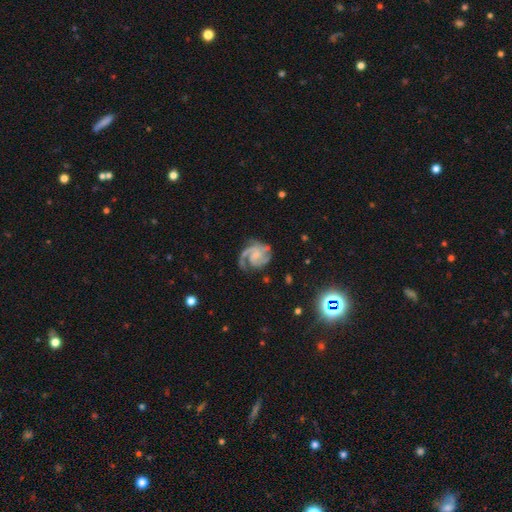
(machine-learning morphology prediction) The model was most divided on "spiral winding": medium: 46%, tight: 44%, loose: 10%. Remaining: edge-on disk — no (98%); spiral arms — yes (98%); smooth or featured — featured or disk (89%); merging — none (67%); bar — no (55%); bulge size — small (40%); spiral arm count — 2 (40%).